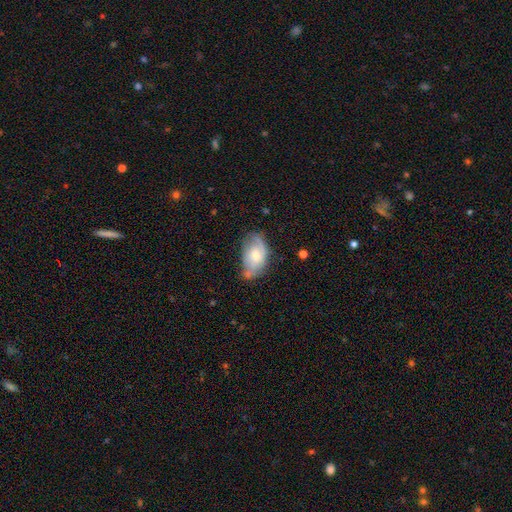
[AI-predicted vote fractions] smooth-or-featured: featured or disk: 48% | smooth: 45% | star or artifact: 7%
  merging: none: 51% | minor disturbance: 31% | major disturbance: 11% | merger: 6%